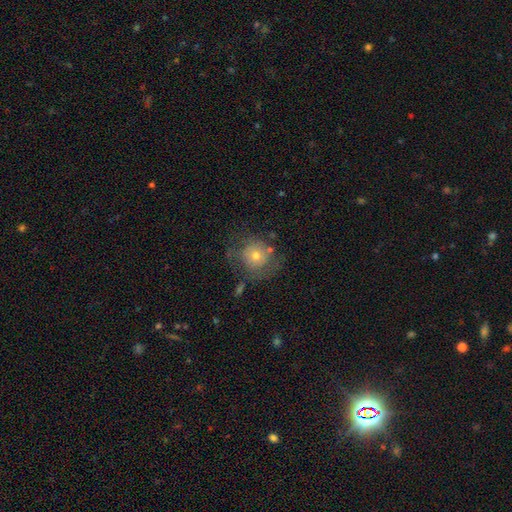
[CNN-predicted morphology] This is possibly a smooth galaxy (52%). How rounded: clearly round (86%). Merging: likely none (62%).